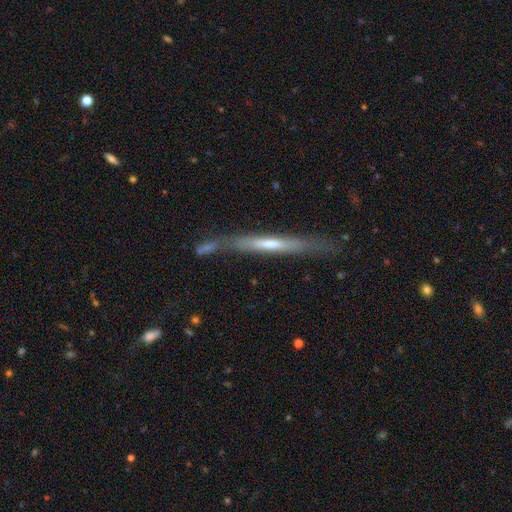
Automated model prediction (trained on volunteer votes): Smooth or featured? featured or disk (72%)
Edge-on disk? yes (93%)
Edge-on bulge? rounded (53%)
Merging? none (73%)